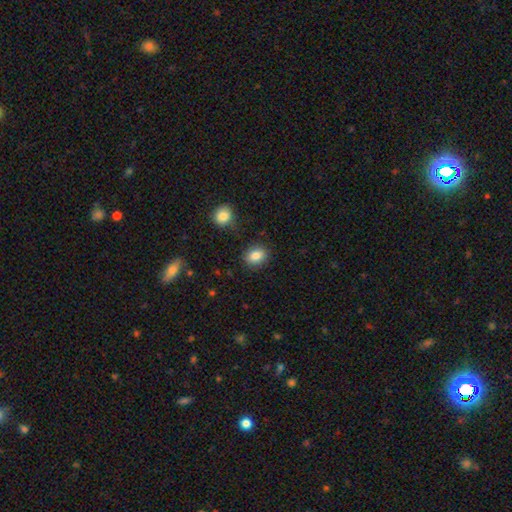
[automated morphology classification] A smooth galaxy with no disk features (85%) that is in between round and cigar-shaped (55%).

Vote fractions:
- Smooth or featured? smooth: 85% / star or artifact: 9% / featured or disk: 6%
- How rounded? in between: 55% / round: 44% / cigar-shaped: 1%
- Merging? none: 85% / minor disturbance: 9% / merger: 3% / major disturbance: 3%